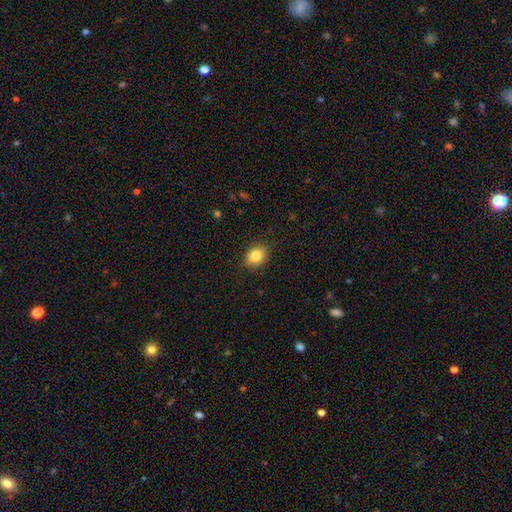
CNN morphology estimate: This appears to be a smooth galaxy with no disk features (84%) that is in between round and cigar-shaped (63%). Merging: none (86%).